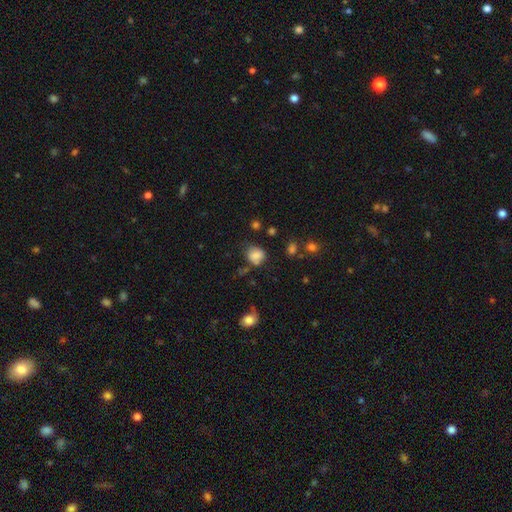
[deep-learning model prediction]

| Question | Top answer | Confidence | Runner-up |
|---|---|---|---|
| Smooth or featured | smooth | 77% | star or artifact (12%) |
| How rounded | round | 60% | in between (39%) |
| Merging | none | 54% | minor disturbance (26%) |